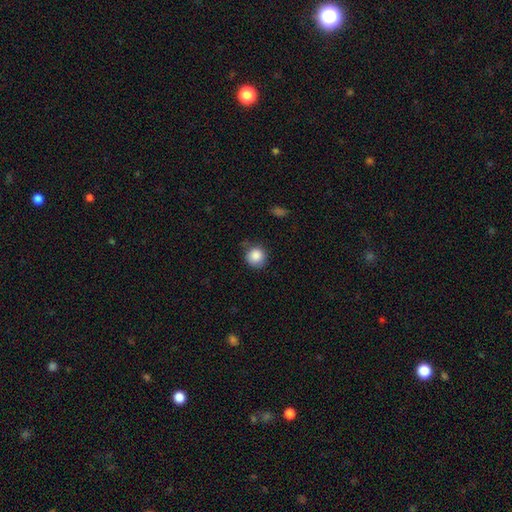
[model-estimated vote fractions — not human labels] Smooth or featured?
  - smooth: 87% *
  - star or artifact: 9%
  - featured or disk: 4%
How rounded?
  - round: 91% *
  - in between: 8%
  - cigar-shaped: 1%
Merging?
  - none: 76% *
  - minor disturbance: 18%
  - major disturbance: 4%
  - merger: 2%